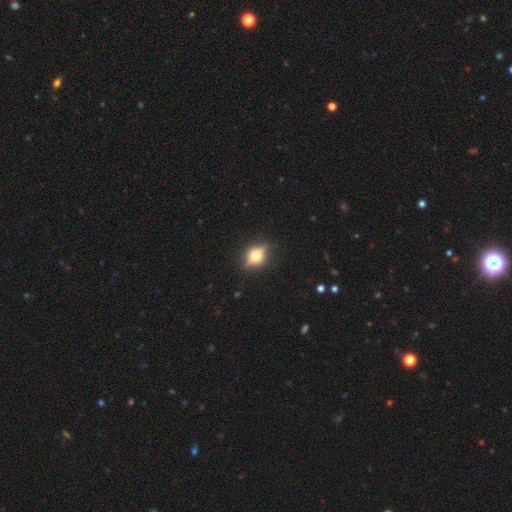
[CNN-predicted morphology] Q: Smooth or featured?
A: featured or disk (49%); runner-up: smooth (40%)
Q: Merging?
A: none (82%); runner-up: minor disturbance (13%)